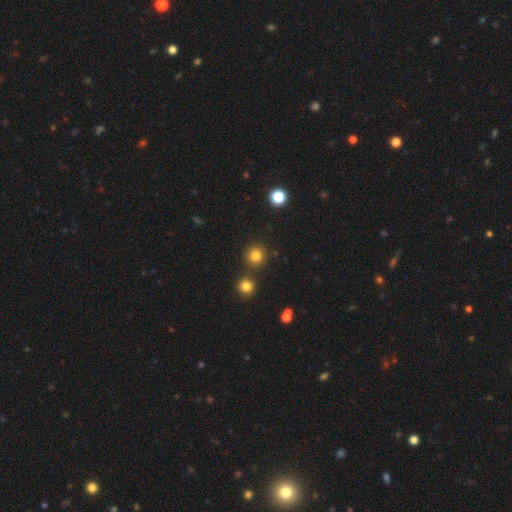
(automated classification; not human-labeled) The model was most divided on "smooth or featured": smooth: 81%, star or artifact: 14%, featured or disk: 5%. More confident: how rounded — round (94%); merging — none (85%).